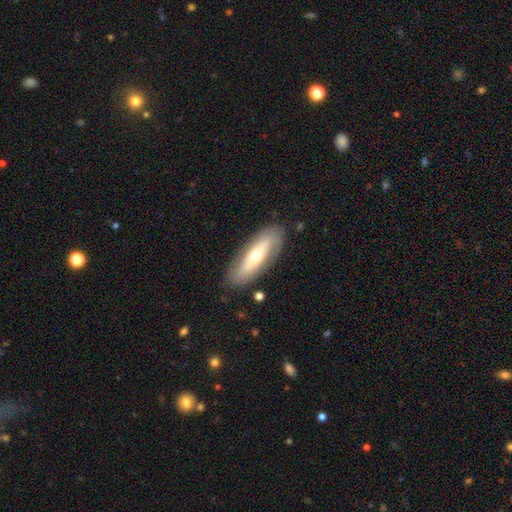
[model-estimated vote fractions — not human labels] Q: Smooth or featured?
A: featured or disk (53%); runner-up: smooth (42%)
Q: Edge-on disk?
A: no (70%); runner-up: yes (30%)
Q: Merging?
A: none (83%); runner-up: minor disturbance (12%)